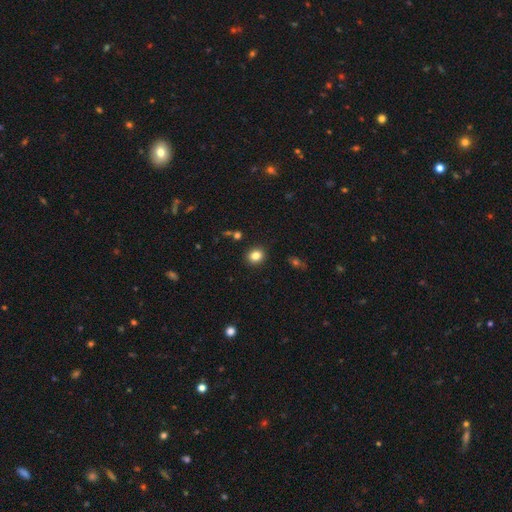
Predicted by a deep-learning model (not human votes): The model was most divided on "how rounded": round: 74%, in between: 25%, cigar-shaped: 1%. More confident: merging — none (90%); smooth or featured — smooth (83%).